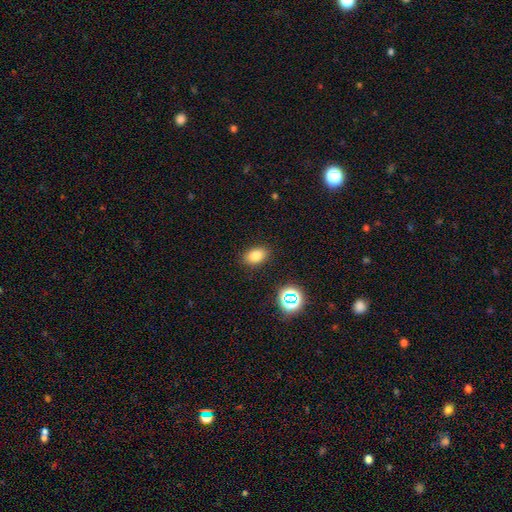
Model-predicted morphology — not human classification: smooth_or_featured: smooth (p=0.80) [alt: star or artifact p=0.13]
how_rounded: in between (p=0.84) [alt: round p=0.15]
merging: none (p=0.86) [alt: minor disturbance p=0.09]